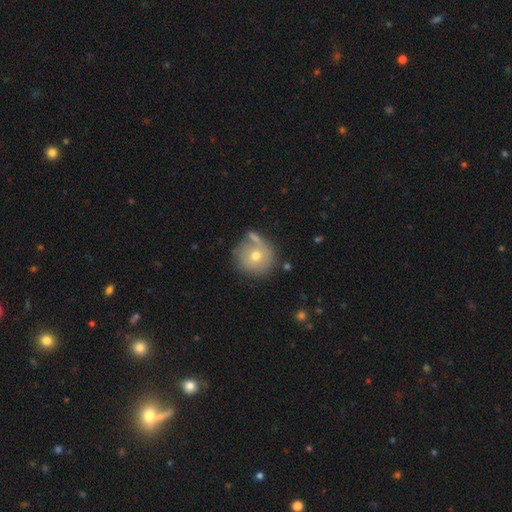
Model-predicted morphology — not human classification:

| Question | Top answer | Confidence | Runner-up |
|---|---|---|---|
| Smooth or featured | smooth | 66% | featured or disk (24%) |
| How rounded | round | 93% | in between (6%) |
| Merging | none | 64% | minor disturbance (15%) |